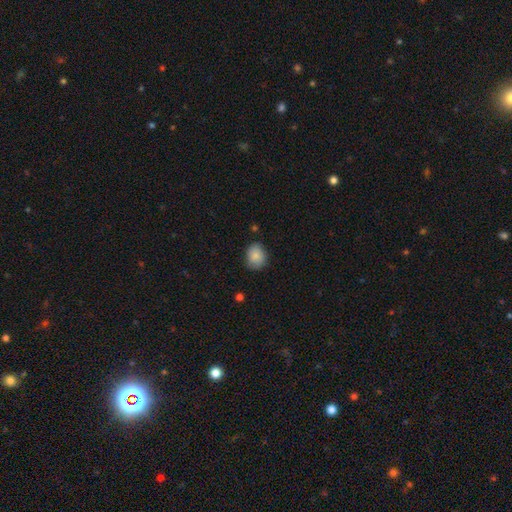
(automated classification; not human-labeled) Smooth or featured?
  - smooth: 86% *
  - star or artifact: 8%
  - featured or disk: 7%
How rounded?
  - round: 51% *
  - in between: 48%
  - cigar-shaped: 1%
Merging?
  - none: 76% *
  - minor disturbance: 19%
  - major disturbance: 3%
  - merger: 2%